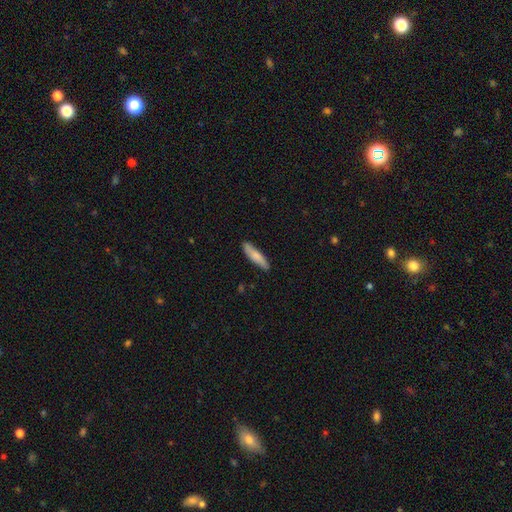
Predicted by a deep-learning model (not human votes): smooth_or_featured: smooth (p=0.78) [alt: featured or disk p=0.16]
how_rounded: cigar-shaped (p=0.75) [alt: in between p=0.24]
merging: none (p=0.85) [alt: minor disturbance p=0.12]